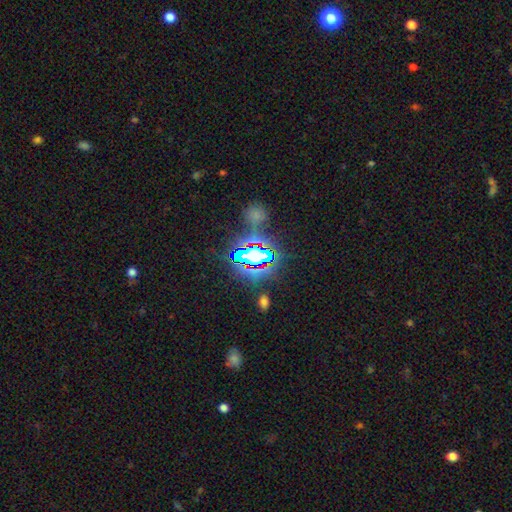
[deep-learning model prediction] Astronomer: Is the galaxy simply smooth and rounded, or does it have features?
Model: star or artifact — 71%.